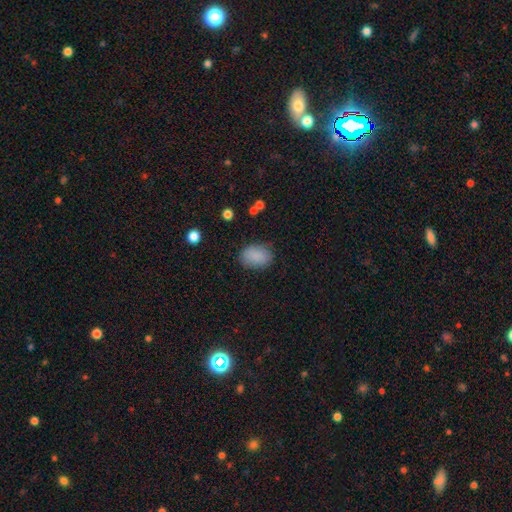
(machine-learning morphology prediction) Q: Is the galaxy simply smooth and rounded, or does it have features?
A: smooth — 87%.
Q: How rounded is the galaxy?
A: in between — 76%.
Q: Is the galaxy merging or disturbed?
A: none — 81%.